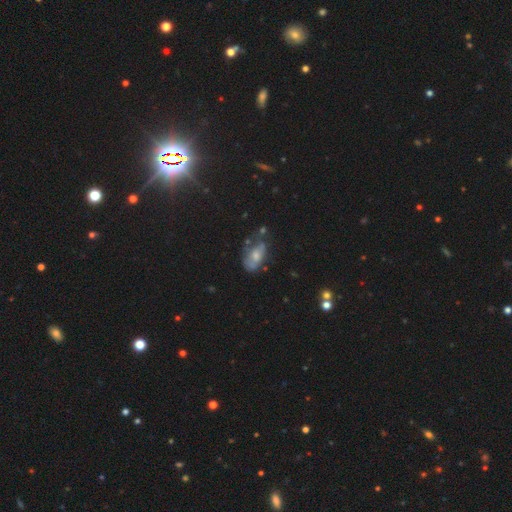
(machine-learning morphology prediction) This is possibly a smooth galaxy (48%). Merging: marginally none (39%).